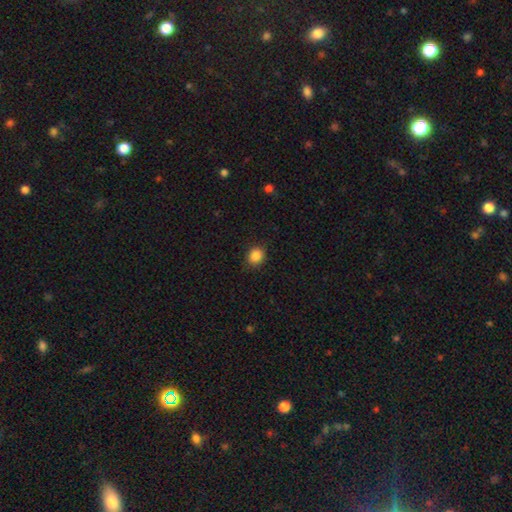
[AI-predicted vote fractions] This appears to be a smooth galaxy with no disk features (86%) that is round (71%). Merging: none (87%).